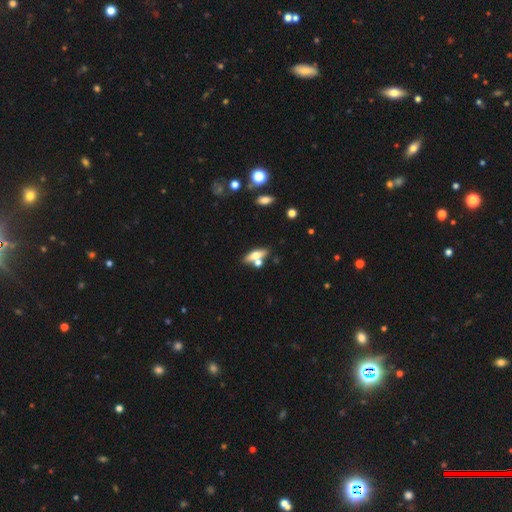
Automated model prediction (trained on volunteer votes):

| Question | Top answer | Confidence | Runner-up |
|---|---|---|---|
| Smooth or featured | smooth | 56% | featured or disk (36%) |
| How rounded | in between | 54% | cigar-shaped (42%) |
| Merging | none | 57% | merger (28%) |